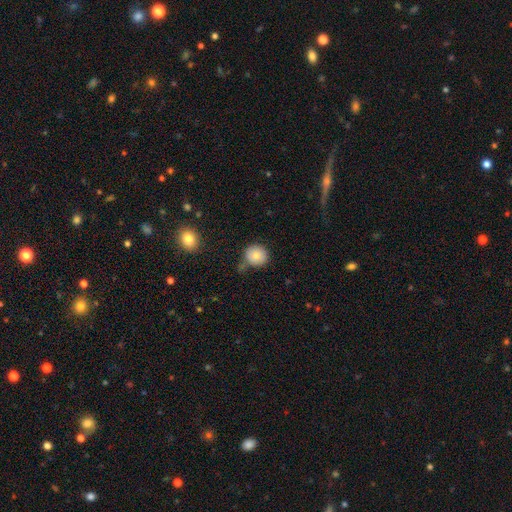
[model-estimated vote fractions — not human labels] smooth-or-featured: smooth: 82% | star or artifact: 9% | featured or disk: 8%
  how-rounded: round: 89% | in between: 10% | cigar-shaped: 1%
  merging: none: 72% | minor disturbance: 15% | merger: 9% | major disturbance: 4%